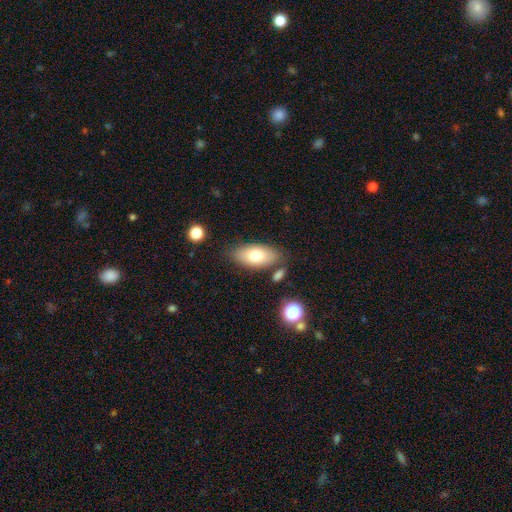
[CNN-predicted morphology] Smooth or featured? Predicted: smooth (p=0.75). How rounded? Predicted: in between (p=0.92). Merging? Predicted: none (p=0.77).